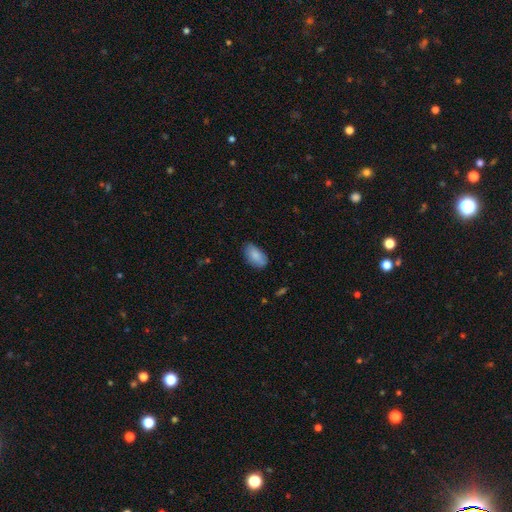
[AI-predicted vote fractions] smooth-or-featured: smooth: 86% | featured or disk: 8% | star or artifact: 6%
  how-rounded: in between: 94% | cigar-shaped: 3% | round: 3%
  merging: none: 78% | minor disturbance: 18% | major disturbance: 3% | merger: 1%